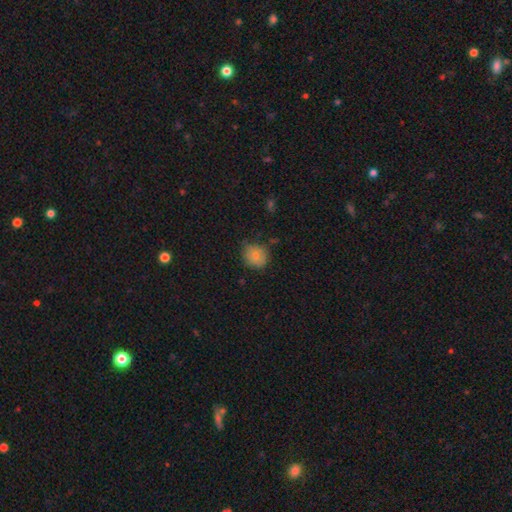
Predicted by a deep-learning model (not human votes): Smooth or featured? Predicted: smooth (p=0.80). How rounded? Predicted: round (p=0.79). Merging? Predicted: none (p=0.71).